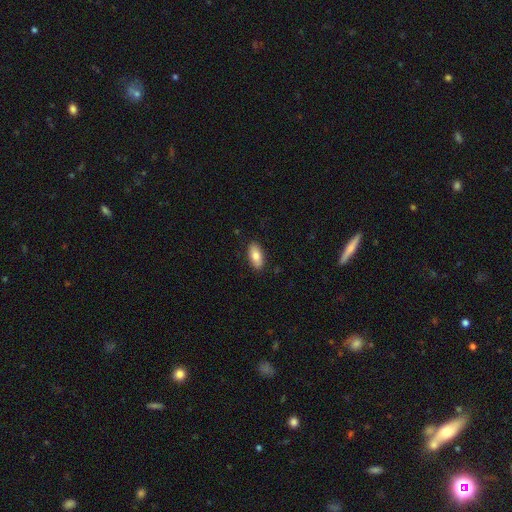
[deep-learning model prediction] A smooth galaxy with no disk features (82%) that is in between round and cigar-shaped (89%). Merging: none (88%).